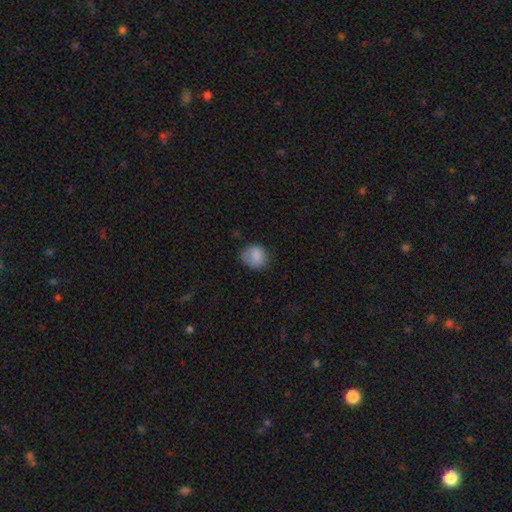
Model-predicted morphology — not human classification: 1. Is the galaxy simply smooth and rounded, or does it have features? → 86% smooth, 9% star or artifact, 6% featured or disk.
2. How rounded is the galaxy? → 77% round, 22% in between, 1% cigar-shaped.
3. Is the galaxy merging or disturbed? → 70% none, 23% minor disturbance, 6% major disturbance, 1% merger.